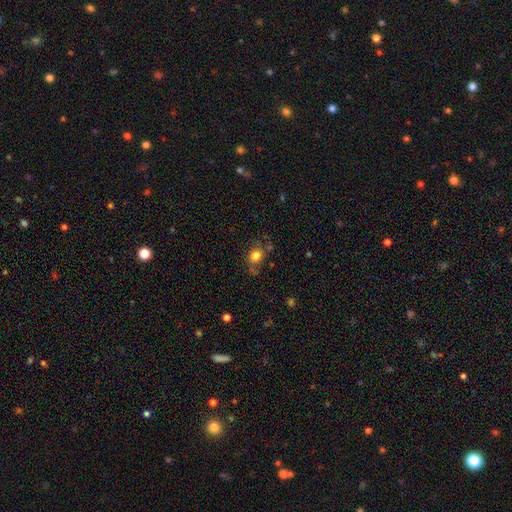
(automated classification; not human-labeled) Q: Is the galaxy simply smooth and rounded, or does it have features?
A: smooth — 76%.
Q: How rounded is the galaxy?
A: in between — 50%.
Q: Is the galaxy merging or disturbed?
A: none — 61%.